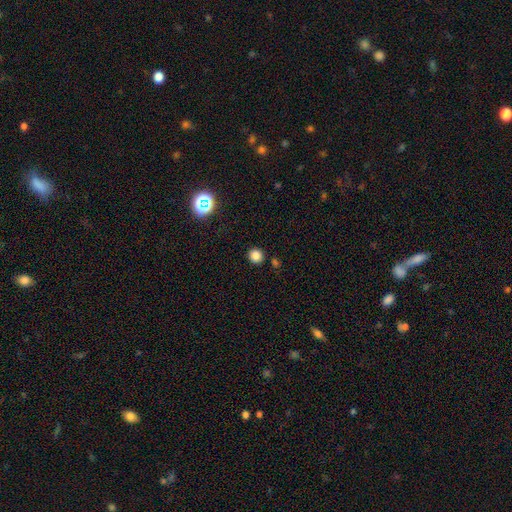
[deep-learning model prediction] Smooth or featured? Predicted: smooth (p=0.83). How rounded? Predicted: round (p=0.93). Merging? Predicted: none (p=0.88).